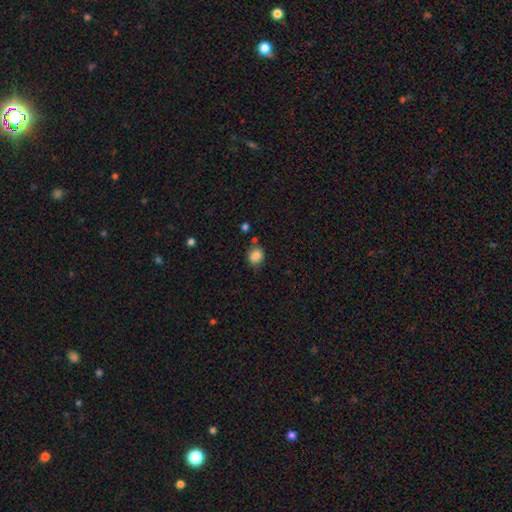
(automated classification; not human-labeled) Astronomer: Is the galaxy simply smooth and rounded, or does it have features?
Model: smooth — 85%.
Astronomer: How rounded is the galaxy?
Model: round — 59% (runner-up: in between, 40%).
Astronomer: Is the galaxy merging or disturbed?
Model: none — 72%.